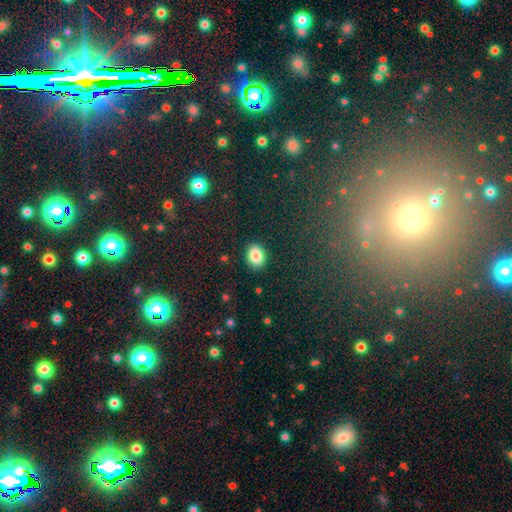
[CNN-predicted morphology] This is clearly a smooth galaxy (85%). How rounded: likely in between (67%). Merging: clearly none (89%).